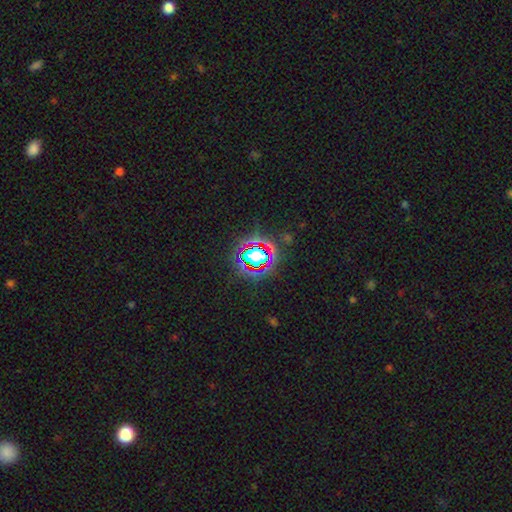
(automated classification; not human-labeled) This appears to be a star or artifact, not a galaxy (66%).